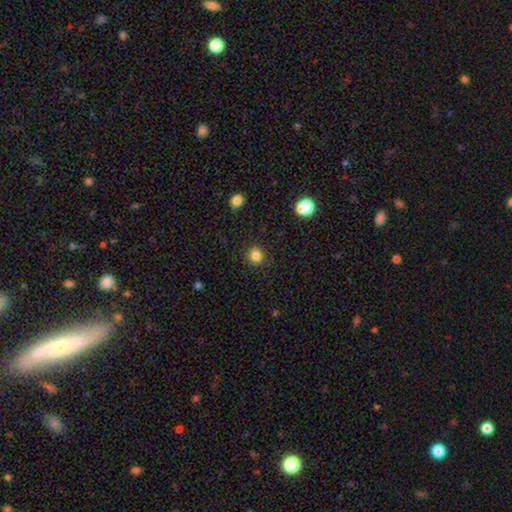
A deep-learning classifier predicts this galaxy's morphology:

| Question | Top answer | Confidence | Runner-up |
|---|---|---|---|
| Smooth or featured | smooth | 83% | star or artifact (13%) |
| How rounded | round | 89% | in between (10%) |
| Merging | none | 89% | minor disturbance (8%) |